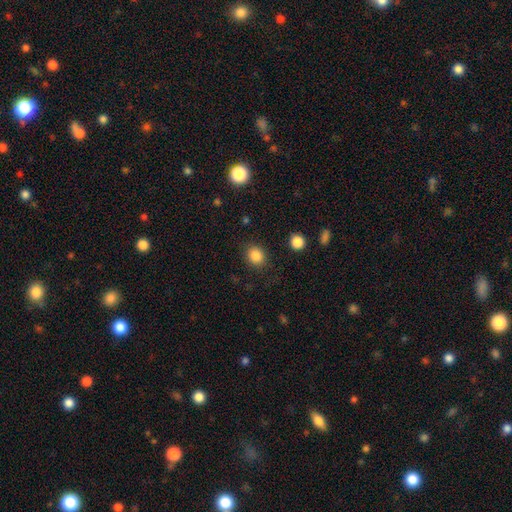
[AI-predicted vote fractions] smooth_or_featured: smooth (p=0.85) [alt: star or artifact p=0.11]
how_rounded: round (p=0.71) [alt: in between p=0.29]
merging: none (p=0.86) [alt: minor disturbance p=0.09]